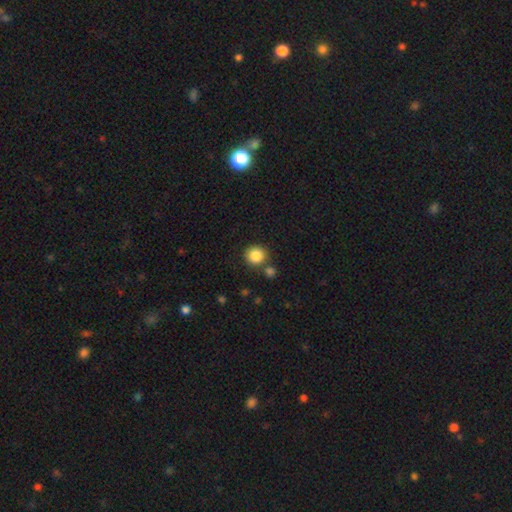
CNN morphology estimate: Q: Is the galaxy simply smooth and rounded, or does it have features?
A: smooth — 86%.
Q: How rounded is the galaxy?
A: round — 92%.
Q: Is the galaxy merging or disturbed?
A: none — 76%.